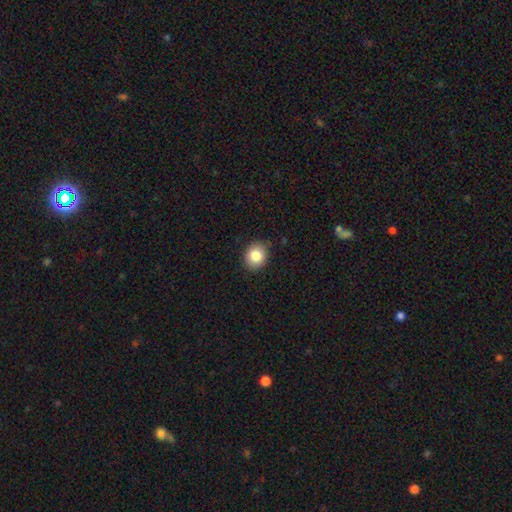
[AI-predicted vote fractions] smooth 83%, star or artifact 9%, featured or disk 8%. Down the decision tree: how rounded — round (65%); merging — none (88%).